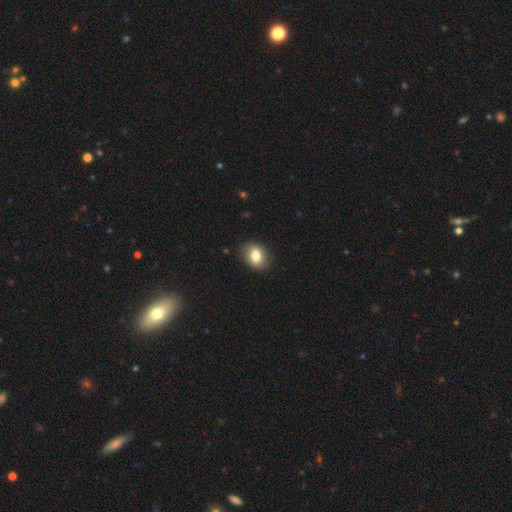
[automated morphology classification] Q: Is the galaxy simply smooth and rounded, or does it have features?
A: smooth — 78%.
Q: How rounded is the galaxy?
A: in between — 65%.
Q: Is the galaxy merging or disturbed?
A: none — 83%.